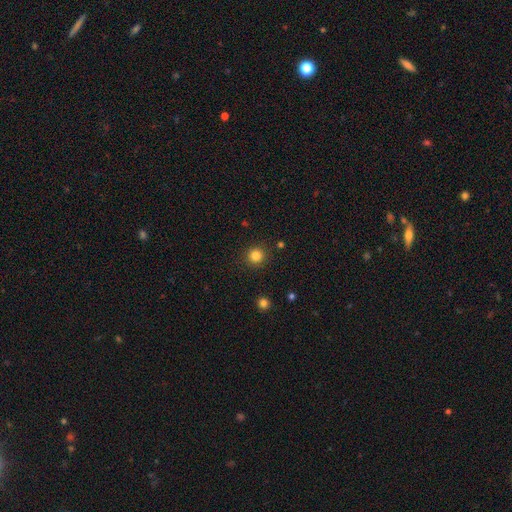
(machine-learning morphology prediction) Smooth or featured? Predicted: smooth (p=0.83). How rounded? Predicted: round (p=0.94). Merging? Predicted: none (p=0.91).